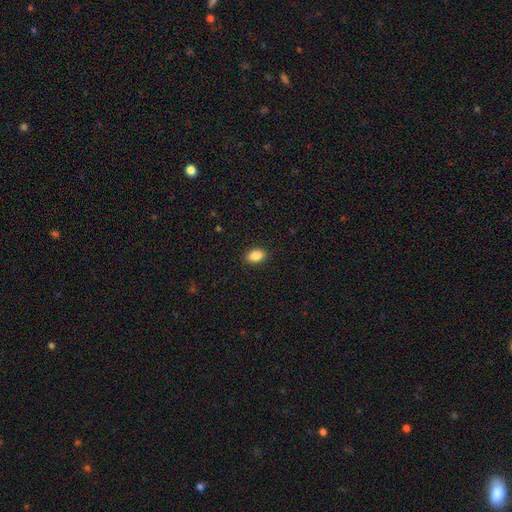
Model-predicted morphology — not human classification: type=smooth (87%); roundness=in between (85%); merging=none (89%).